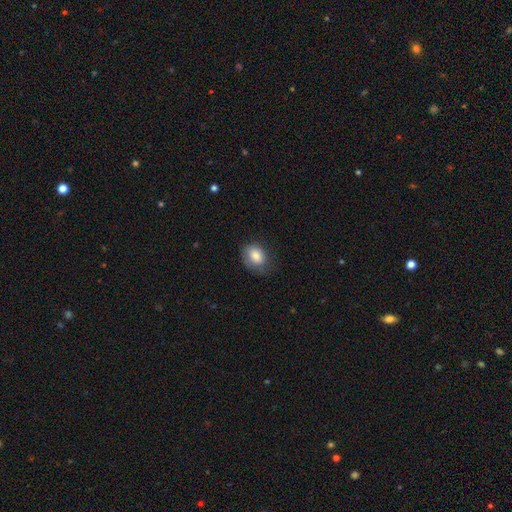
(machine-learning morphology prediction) smooth 78%, featured or disk 15%, star or artifact 8%. Down the decision tree: how rounded — in between (67%); merging — none (64%).